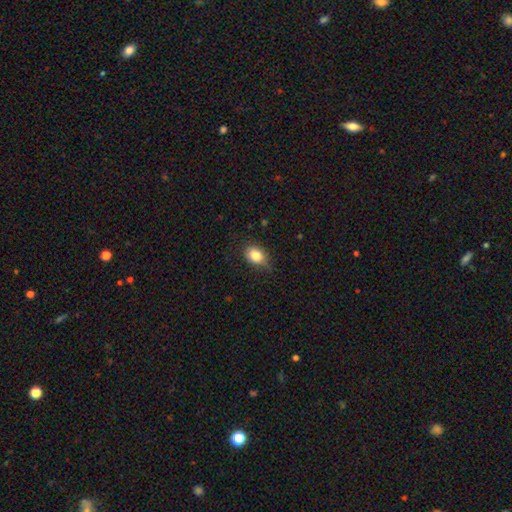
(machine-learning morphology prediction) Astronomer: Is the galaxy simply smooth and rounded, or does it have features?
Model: smooth — 82%.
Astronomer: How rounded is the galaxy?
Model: in between — 69%.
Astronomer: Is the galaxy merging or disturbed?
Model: none — 67%.